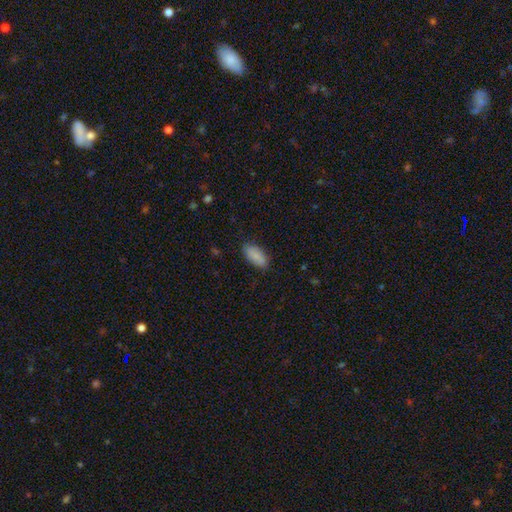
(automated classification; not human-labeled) smooth_or_featured: smooth (p=0.85) [alt: featured or disk p=0.09]
how_rounded: in between (p=0.92) [alt: cigar-shaped p=0.06]
merging: none (p=0.82) [alt: minor disturbance p=0.14]